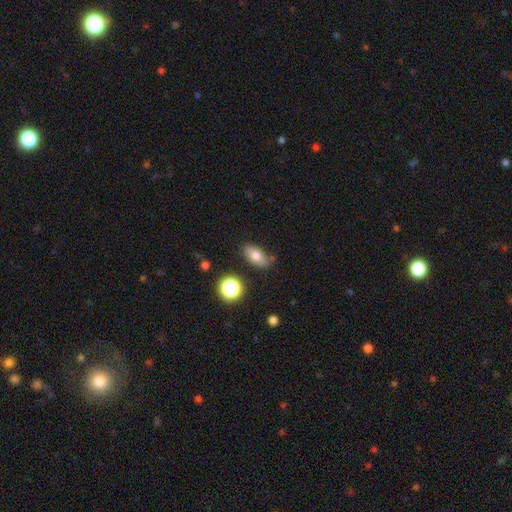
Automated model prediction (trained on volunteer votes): Smooth or featured?
  - smooth: 72% *
  - featured or disk: 17%
  - star or artifact: 11%
How rounded?
  - in between: 85% *
  - round: 10%
  - cigar-shaped: 5%
Merging?
  - none: 78% *
  - minor disturbance: 15%
  - merger: 4%
  - major disturbance: 3%